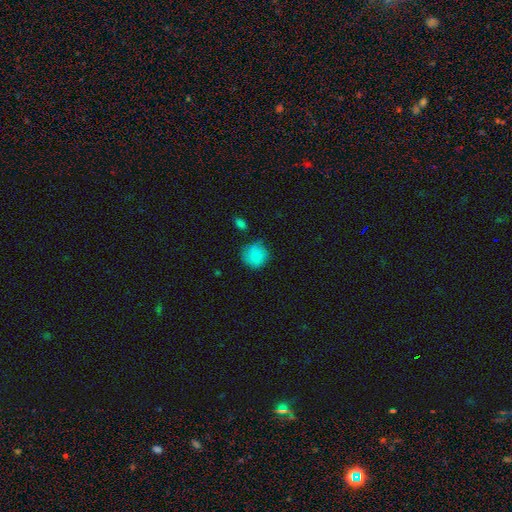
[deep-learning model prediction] smooth 86%, star or artifact 8%, featured or disk 6%. Down the decision tree: how rounded — round (89%); merging — none (68%).